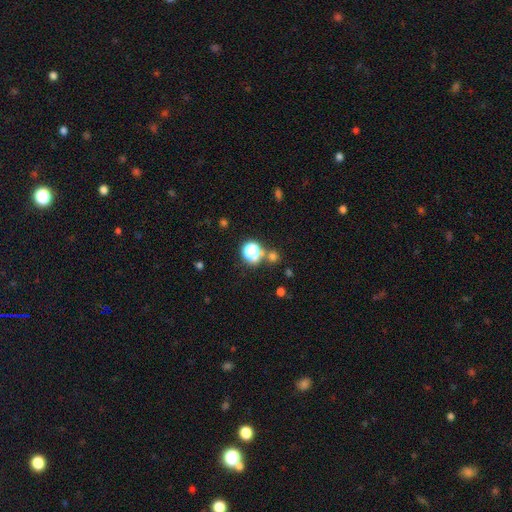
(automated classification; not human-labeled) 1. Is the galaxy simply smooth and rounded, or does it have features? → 53% smooth, 39% star or artifact, 8% featured or disk.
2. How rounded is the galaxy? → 82% round, 17% in between, 1% cigar-shaped.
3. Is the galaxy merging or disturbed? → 63% none, 21% merger, 10% minor disturbance, 6% major disturbance.